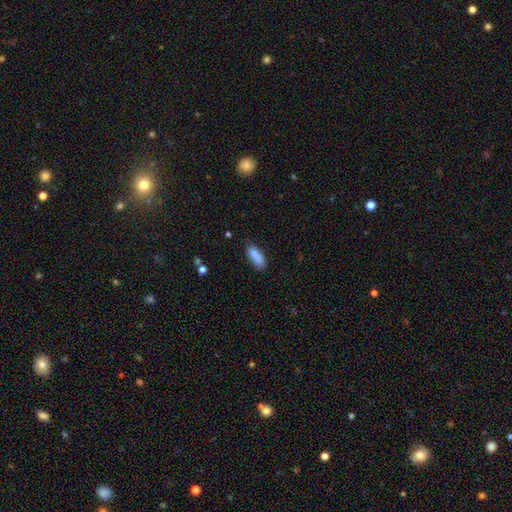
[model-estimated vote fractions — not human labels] Morphology: type=smooth (88%); roundness=in between (66%); merging=none (78%).